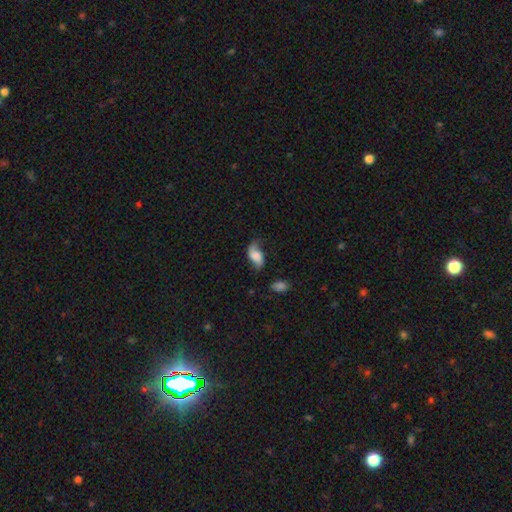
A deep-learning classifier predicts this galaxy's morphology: smooth-or-featured: smooth: 53% | featured or disk: 38% | star or artifact: 9%
  how-rounded: in between: 90% | round: 6% | cigar-shaped: 4%
  merging: none: 48% | minor disturbance: 31% | major disturbance: 17% | merger: 4%